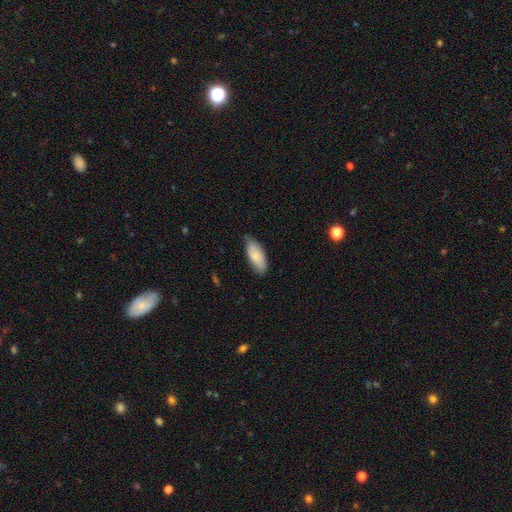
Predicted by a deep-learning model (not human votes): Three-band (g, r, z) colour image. It shows a smooth galaxy with no disk features (81%) that is in between round and cigar-shaped (84%). Merging: none (76%).